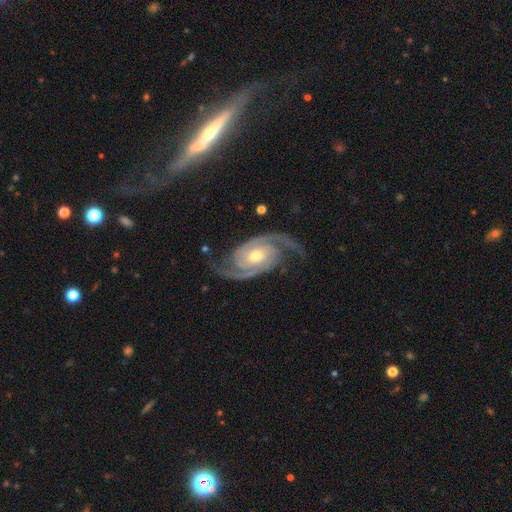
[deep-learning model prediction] featured or disk 93%, star or artifact 4%, smooth 3%. Down the decision tree: edge-on disk — no (98%); bar — no (61%); spiral arms — yes (99%); spiral arm count — 2 (93%); spiral winding — medium (52%); bulge size — moderate (63%); merging — none (81%).